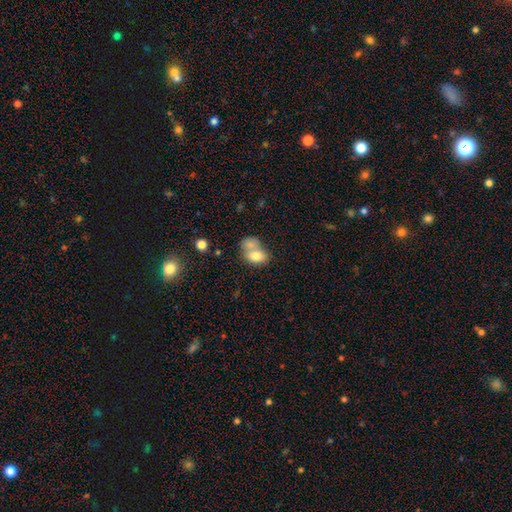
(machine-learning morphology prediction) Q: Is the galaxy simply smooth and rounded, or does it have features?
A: smooth — 77%.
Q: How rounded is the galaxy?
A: in between — 76%.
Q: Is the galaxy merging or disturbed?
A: merger — 59%.